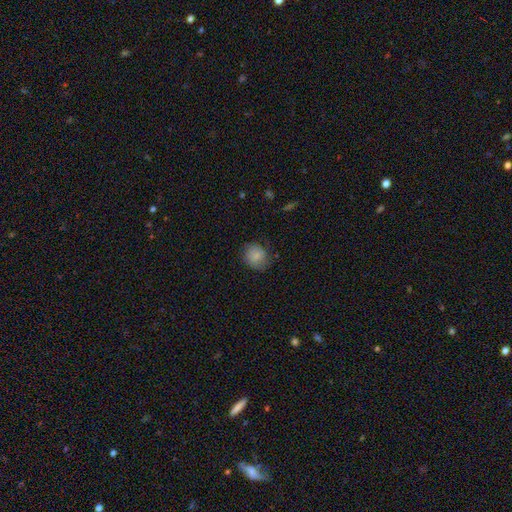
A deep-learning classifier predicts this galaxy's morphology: smooth 83%, featured or disk 9%, star or artifact 8%. Down the decision tree: how rounded — round (74%); merging — none (73%).